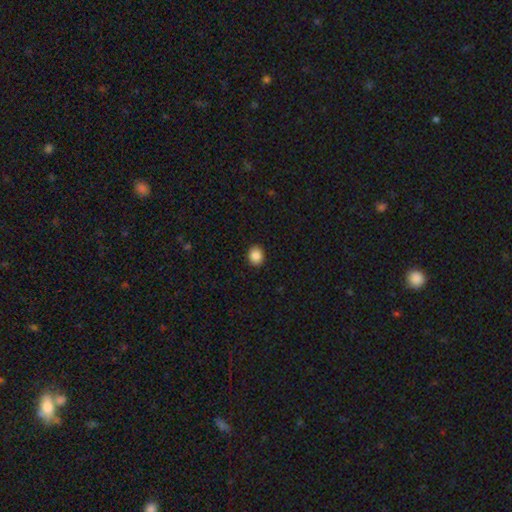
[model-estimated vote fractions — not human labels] smooth_or_featured: smooth (p=0.88) [alt: star or artifact p=0.09]
how_rounded: round (p=0.69) [alt: in between p=0.31]
merging: none (p=0.90) [alt: minor disturbance p=0.07]